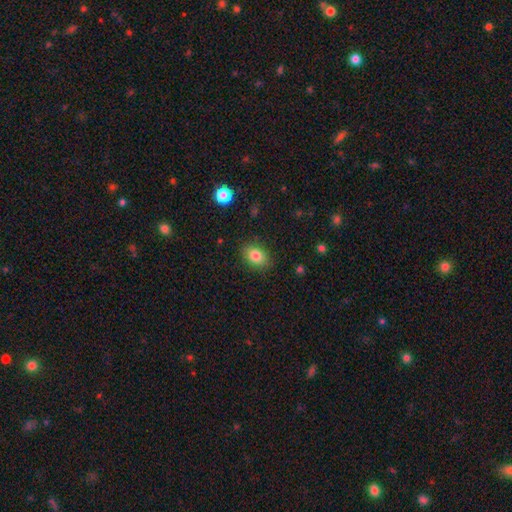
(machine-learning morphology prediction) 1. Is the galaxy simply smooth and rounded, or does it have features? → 82% smooth, 9% star or artifact, 8% featured or disk.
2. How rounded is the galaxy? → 75% in between, 24% round, 1% cigar-shaped.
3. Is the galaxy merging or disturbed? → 86% none, 10% minor disturbance, 3% major disturbance, 1% merger.